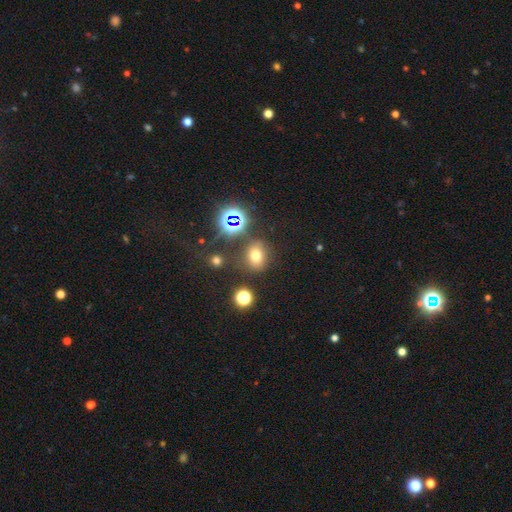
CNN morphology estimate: Smooth or featured? smooth (64%)
How rounded? round (61%)
Merging? none (77%)